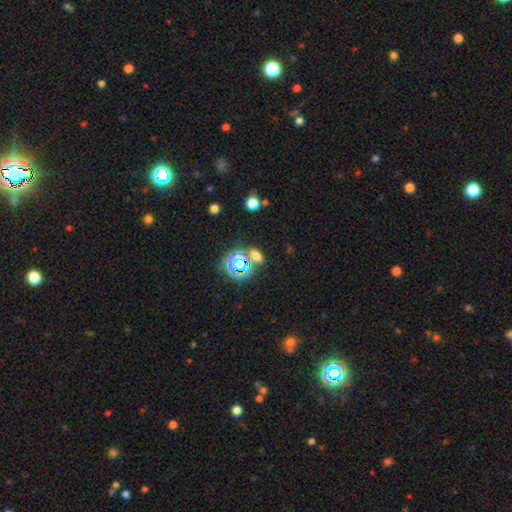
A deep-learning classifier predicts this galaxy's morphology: Q: Smooth or featured?
A: smooth (51%); runner-up: star or artifact (37%)
Q: How rounded?
A: in between (70%); runner-up: round (21%)
Q: Merging?
A: none (75%); runner-up: merger (11%)